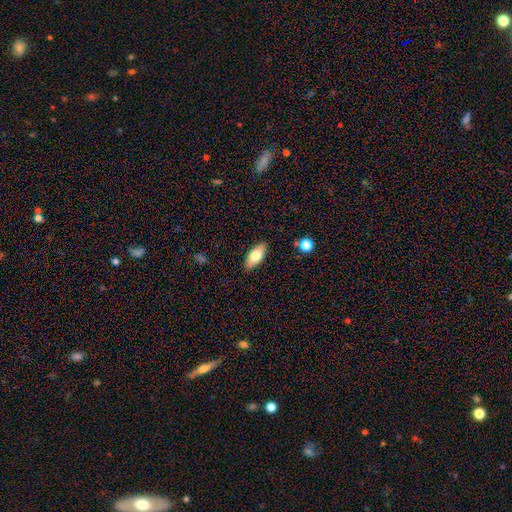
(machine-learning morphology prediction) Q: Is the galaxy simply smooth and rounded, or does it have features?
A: smooth — 73%.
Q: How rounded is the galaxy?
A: in between — 86%.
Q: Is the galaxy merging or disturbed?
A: none — 87%.